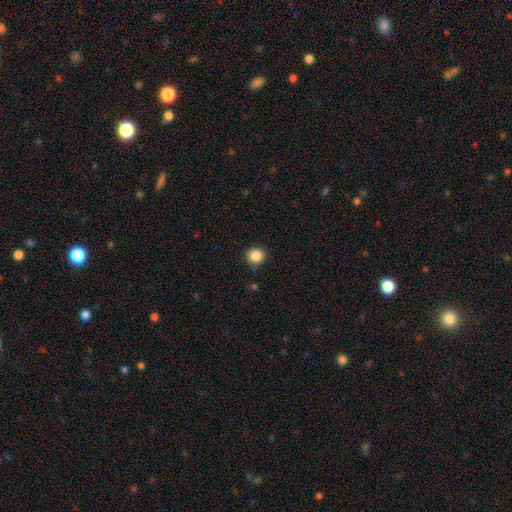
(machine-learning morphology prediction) This appears to be a smooth galaxy with no disk features (86%) that is round (91%). Merging: none (87%).